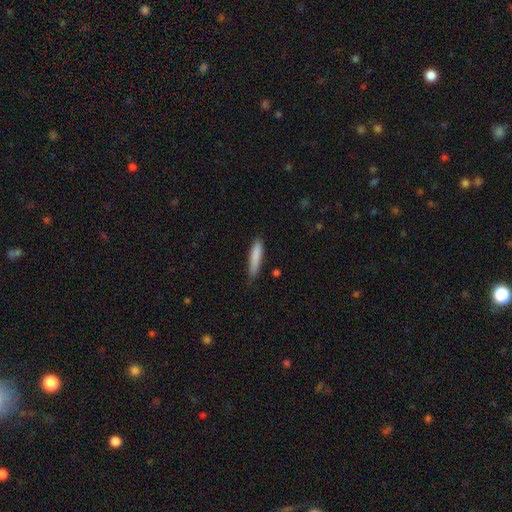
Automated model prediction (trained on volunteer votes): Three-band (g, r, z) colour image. It shows a smooth galaxy with no disk features (84%) that is cigar-shaped (86%). Merging: none (75%).